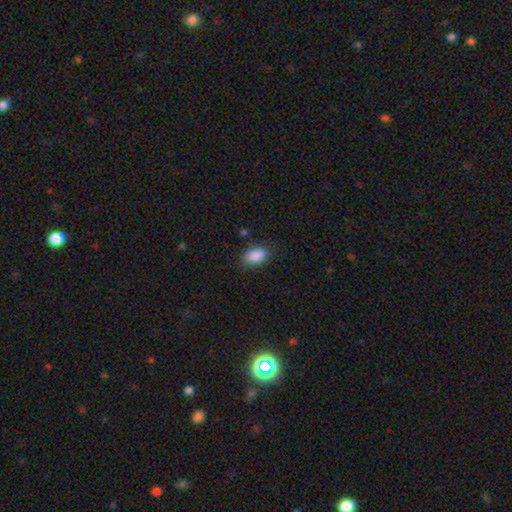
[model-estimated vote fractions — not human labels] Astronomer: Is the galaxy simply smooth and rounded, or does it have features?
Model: smooth — 89%.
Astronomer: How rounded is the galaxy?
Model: in between — 90%.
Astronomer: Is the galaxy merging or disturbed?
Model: none — 79%.